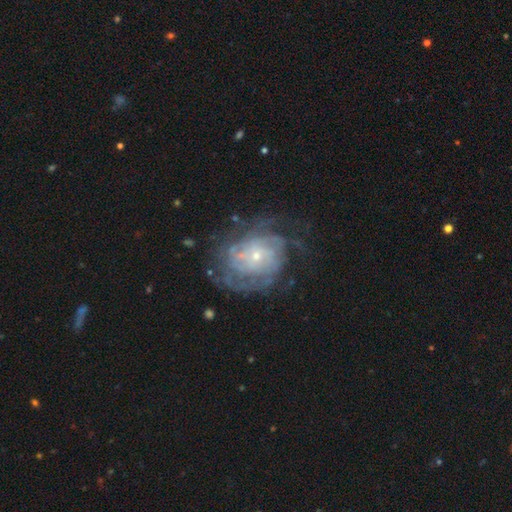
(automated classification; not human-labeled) A featured or disk galaxy (81%) with no bar (75%), tight (63%) spiral arms (87%) and a small central bulge (77%).

Vote fractions:
- Smooth or featured? featured or disk: 81% / smooth: 11% / star or artifact: 8%
- Edge-on disk? no: 97% / yes: 3%
- Bar? no: 75% / weak: 21% / strong: 5%
- Spiral arms? yes: 87% / no: 13%
- Spiral winding? tight: 63% / medium: 27% / loose: 10%
- Spiral arm count? can't tell: 47% / 2: 14% / 4: 13% / 3: 12% / more than 4: 8% / 1: 6%
- Bulge size? small: 77% / moderate: 18% / none: 2% / large: 2% / dominant: 1%
- Merging? none: 60% / minor disturbance: 19% / major disturbance: 19% / merger: 2%